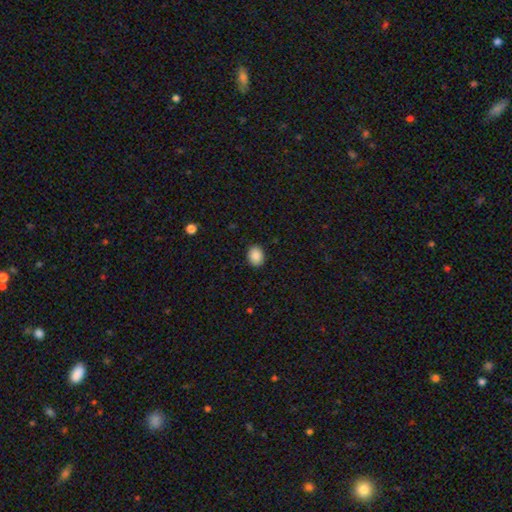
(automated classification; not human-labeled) A smooth galaxy with no disk features (89%) that is in between round and cigar-shaped (54%). Merging: none (90%).